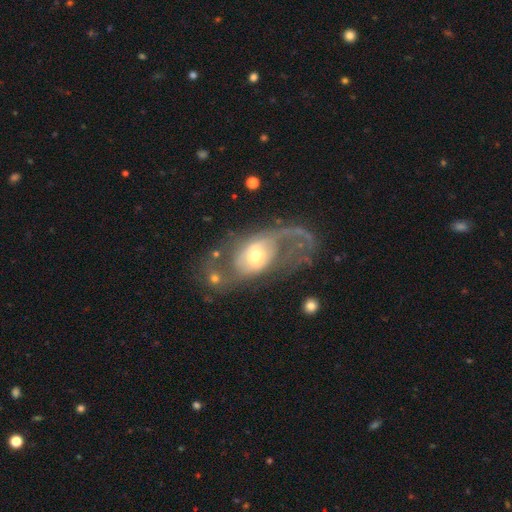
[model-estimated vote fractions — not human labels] A featured or disk galaxy (77%) with no bar (48%), 2 (65%) loose (44%) spiral arms (75%) and a moderate central bulge (61%).

Vote fractions:
- Smooth or featured? featured or disk: 77% / smooth: 18% / star or artifact: 6%
- Edge-on disk? no: 93% / yes: 7%
- Bar? no: 48% / weak: 37% / strong: 15%
- Spiral arms? yes: 75% / no: 25%
- Spiral winding? loose: 44% / medium: 40% / tight: 16%
- Spiral arm count? 2: 65% / 1: 17% / can't tell: 13% / 3: 2% / 4: 1% / more than 4: 1%
- Bulge size? moderate: 61% / small: 25% / large: 10% / dominant: 2% / none: 1%
- Merging? none: 44% / major disturbance: 34% / minor disturbance: 16% / merger: 6%